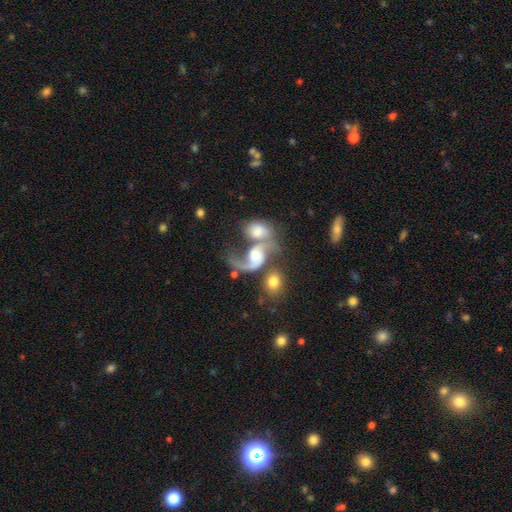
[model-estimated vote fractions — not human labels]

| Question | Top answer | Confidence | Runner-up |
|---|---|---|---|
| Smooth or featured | featured or disk | 74% | smooth (18%) |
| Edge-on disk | no | 97% | yes (3%) |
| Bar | no | 57% | weak (33%) |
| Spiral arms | yes | 91% | no (9%) |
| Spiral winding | loose | 70% | medium (24%) |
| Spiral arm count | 2 | 61% | 1 (33%) |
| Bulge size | moderate | 43% | large (23%) |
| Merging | merger | 62% | none (16%) |